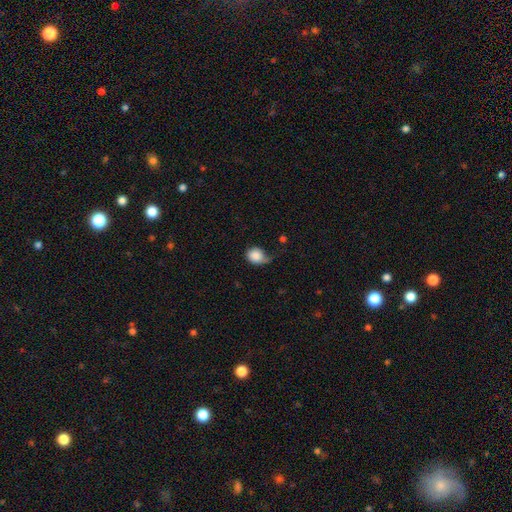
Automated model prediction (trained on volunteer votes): Smooth or featured? Predicted: smooth (p=0.82). How rounded? Predicted: round (p=0.62). Merging? Predicted: minor disturbance (p=0.40).